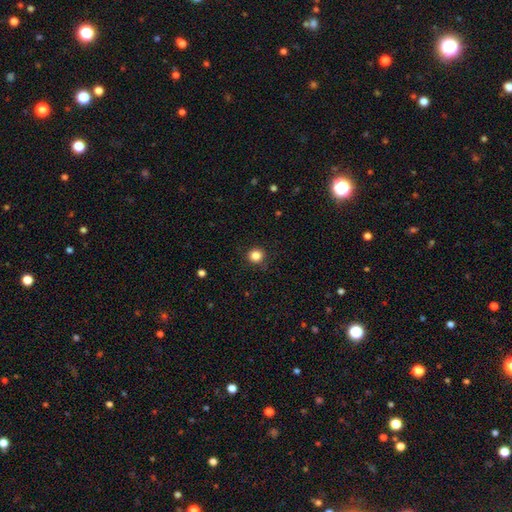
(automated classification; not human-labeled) Smooth or featured? smooth (85%)
How rounded? round (92%)
Merging? none (89%)